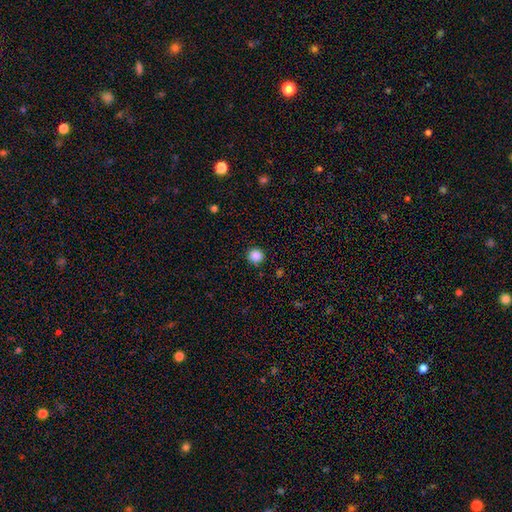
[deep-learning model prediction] smooth_or_featured: smooth (p=0.86) [alt: star or artifact p=0.11]
how_rounded: round (p=0.94) [alt: in between p=0.05]
merging: none (p=0.91) [alt: minor disturbance p=0.06]